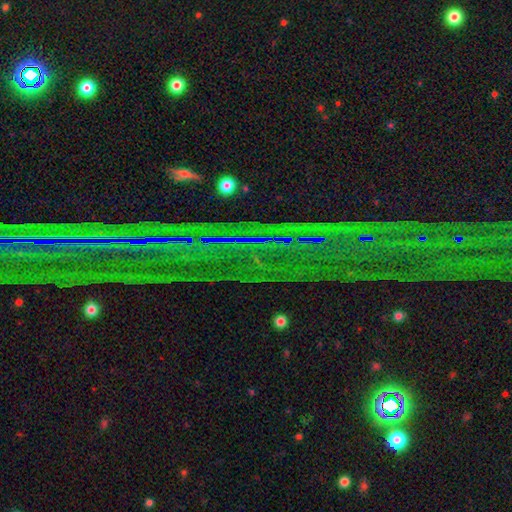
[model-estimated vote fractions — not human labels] Q: Smooth or featured?
A: star or artifact (80%); runner-up: featured or disk (12%)